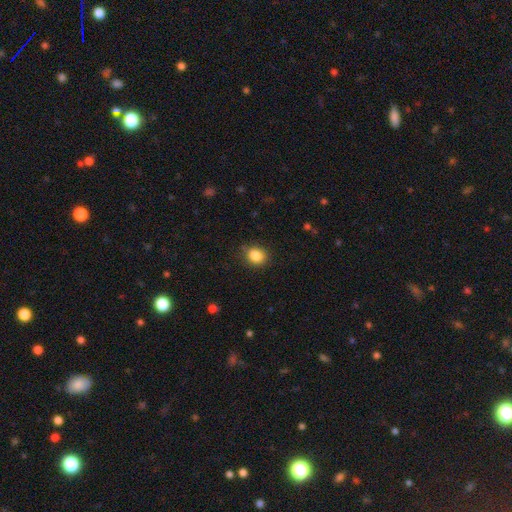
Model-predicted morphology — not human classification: smooth_or_featured: smooth (p=0.86) [alt: star or artifact p=0.10]
how_rounded: round (p=0.62) [alt: in between p=0.37]
merging: none (p=0.82) [alt: minor disturbance p=0.13]